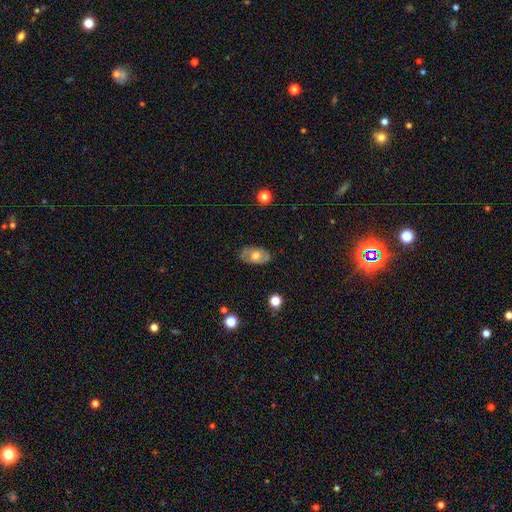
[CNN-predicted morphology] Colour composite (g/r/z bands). It shows a smooth galaxy with no disk features (56%) that is in between round and cigar-shaped (90%). Merging: none (79%).